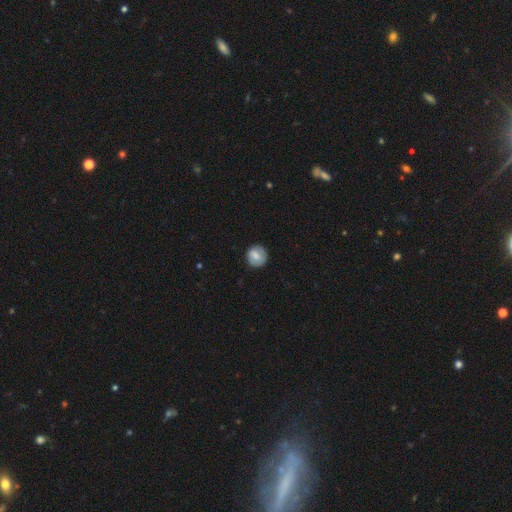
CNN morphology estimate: Smooth or featured? smooth (75%)
How rounded? round (88%)
Merging? none (85%)